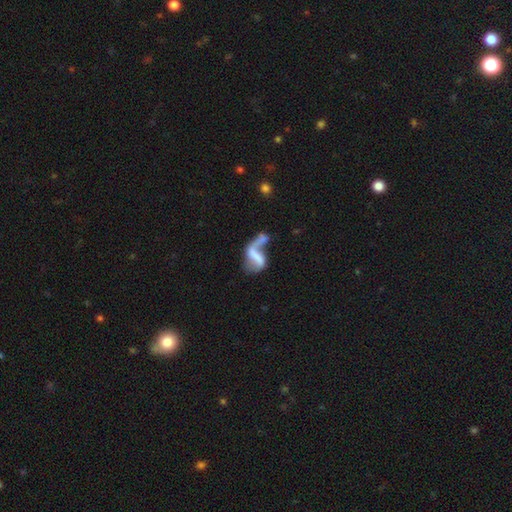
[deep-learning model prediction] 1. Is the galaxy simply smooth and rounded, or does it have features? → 58% featured or disk, 32% smooth, 10% star or artifact.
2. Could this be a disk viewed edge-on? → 95% no, 5% yes.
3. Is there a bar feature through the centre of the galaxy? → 37% no, 36% strong, 27% weak.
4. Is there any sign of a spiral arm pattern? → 56% yes, 44% no.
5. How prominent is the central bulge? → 67% none, 15% small, 10% moderate, 5% large, 3% dominant.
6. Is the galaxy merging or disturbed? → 37% merger, 31% major disturbance, 20% none, 12% minor disturbance.